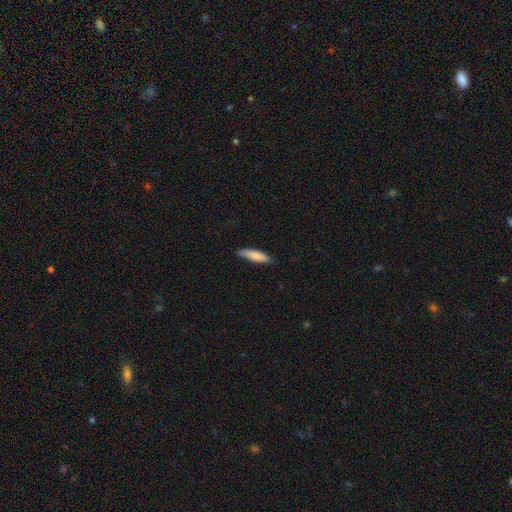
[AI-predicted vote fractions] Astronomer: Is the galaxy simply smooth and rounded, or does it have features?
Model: smooth — 84%.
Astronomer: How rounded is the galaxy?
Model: cigar-shaped — 70%.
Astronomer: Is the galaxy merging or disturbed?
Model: none — 82%.